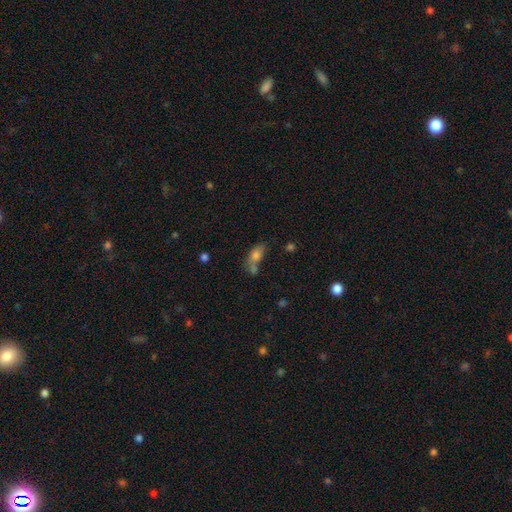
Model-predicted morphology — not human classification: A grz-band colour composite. It shows a smooth galaxy with no disk features (69%) that is in between round and cigar-shaped (76%). Merging: none (37%).